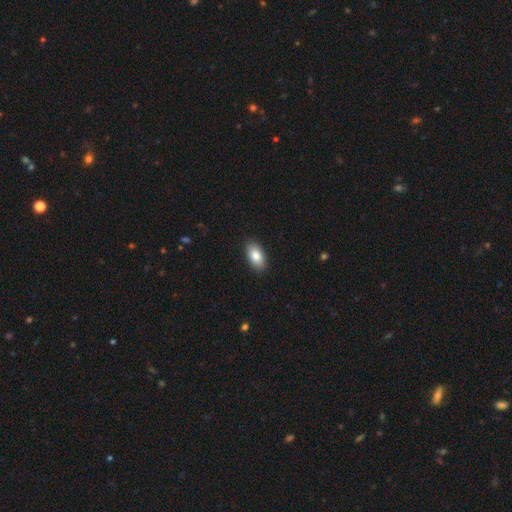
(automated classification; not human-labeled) smooth 84%, featured or disk 9%, star or artifact 7%. Down the decision tree: how rounded — in between (93%); merging — none (89%).